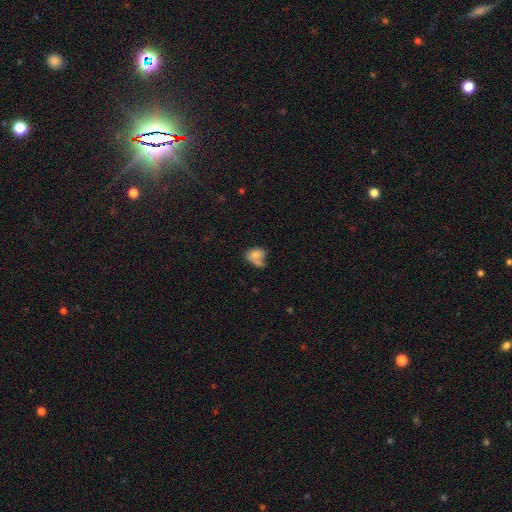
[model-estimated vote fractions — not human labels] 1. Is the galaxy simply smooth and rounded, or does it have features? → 68% smooth, 23% featured or disk, 10% star or artifact.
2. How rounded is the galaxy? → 72% in between, 27% round, 2% cigar-shaped.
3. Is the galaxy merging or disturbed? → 38% merger, 30% none, 18% minor disturbance, 14% major disturbance.